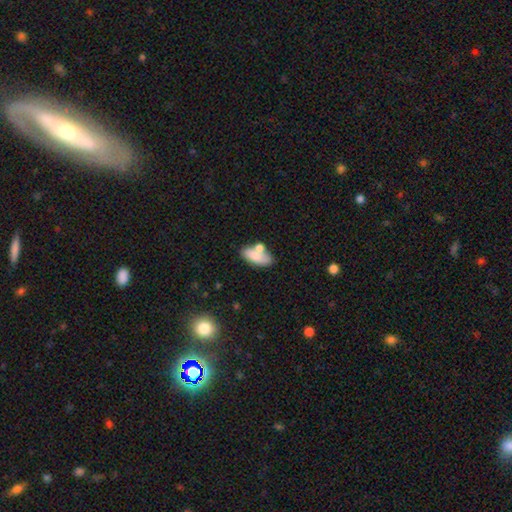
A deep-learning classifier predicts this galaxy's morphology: type=smooth (77%); roundness=in between (87%); merging=none (50%).